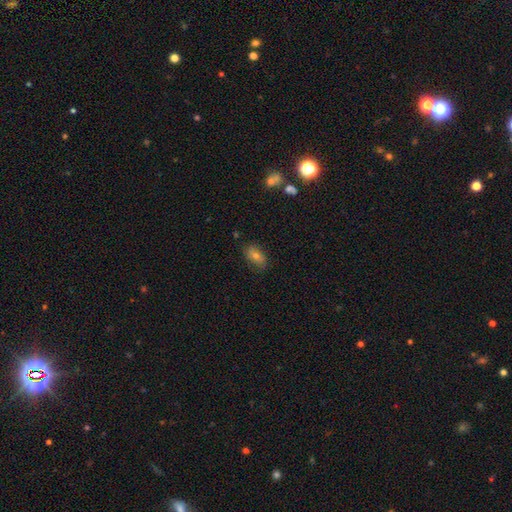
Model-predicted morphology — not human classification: Smooth or featured: smooth — 65% (featured or disk — 20%)
How rounded: in between — 85% (round — 10%)
Merging: none — 80% (minor disturbance — 15%)